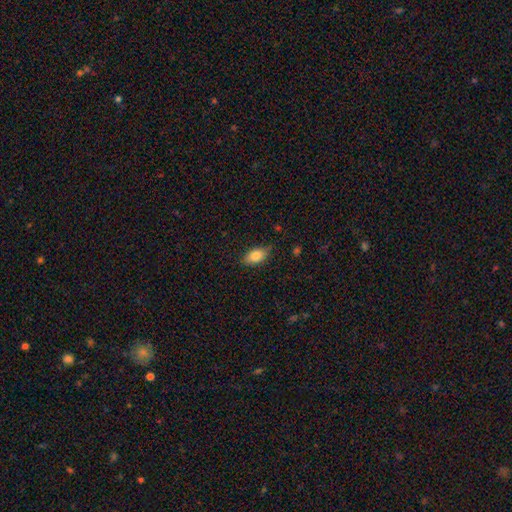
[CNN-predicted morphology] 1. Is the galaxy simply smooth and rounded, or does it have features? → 83% smooth, 9% featured or disk, 7% star or artifact.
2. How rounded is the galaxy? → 90% in between, 5% round, 5% cigar-shaped.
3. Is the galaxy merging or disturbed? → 80% none, 16% minor disturbance, 3% major disturbance, 1% merger.